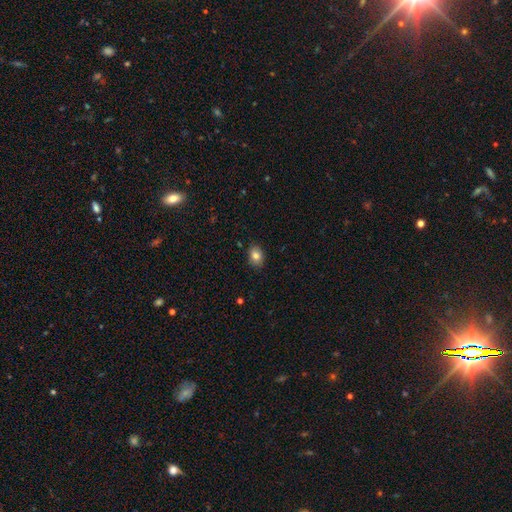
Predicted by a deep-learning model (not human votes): A smooth galaxy with no disk features (83%) that is in between round and cigar-shaped (74%). Merging: none (86%).